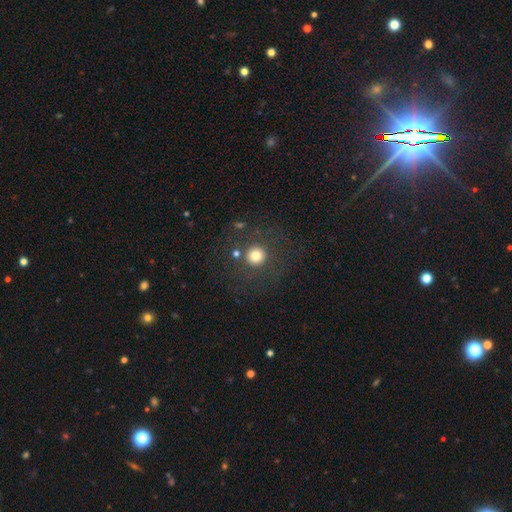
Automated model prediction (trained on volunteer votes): Smooth or featured? Predicted: smooth (p=0.77). How rounded? Predicted: round (p=0.94). Merging? Predicted: none (p=0.80).